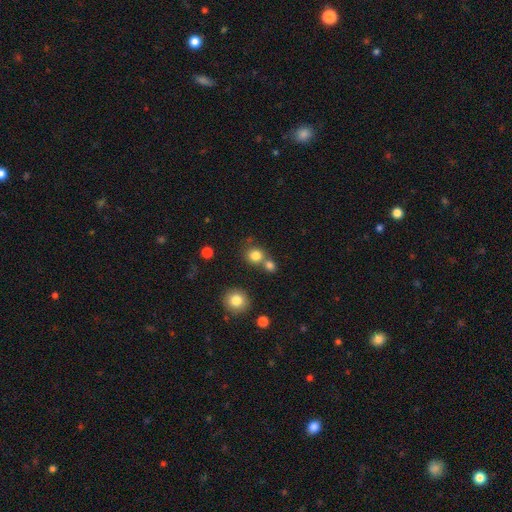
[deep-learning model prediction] This is clearly a smooth galaxy (80%). How rounded: clearly round (86%). Merging: possibly none (57%).